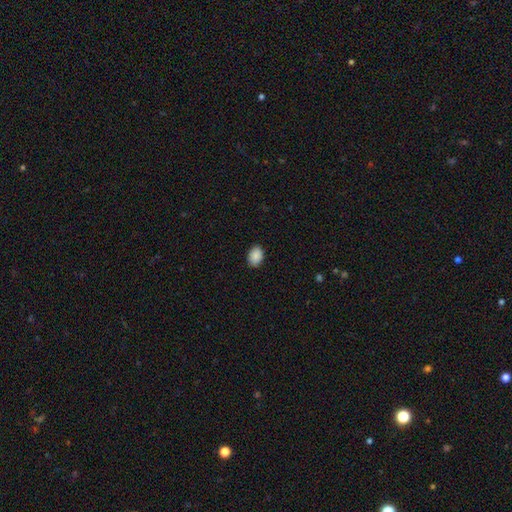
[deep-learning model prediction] A smooth galaxy with no disk features (89%) that is in between round and cigar-shaped (80%).

Vote fractions:
- Smooth or featured? smooth: 89% / star or artifact: 7% / featured or disk: 3%
- How rounded? in between: 80% / round: 19% / cigar-shaped: 1%
- Merging? none: 87% / minor disturbance: 10% / major disturbance: 2% / merger: 1%